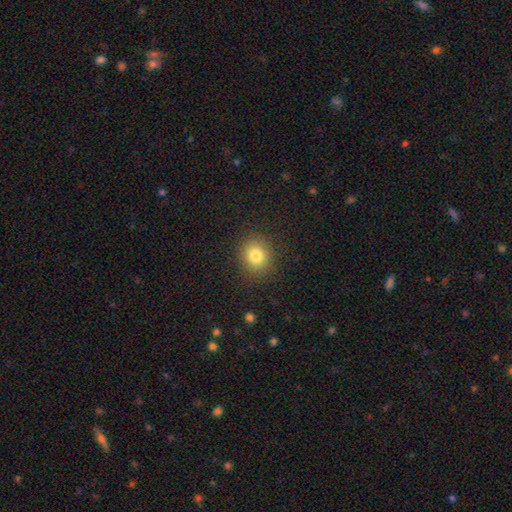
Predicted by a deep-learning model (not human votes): A smooth galaxy with no disk features (80%) that is round (83%). Merging: none (89%).